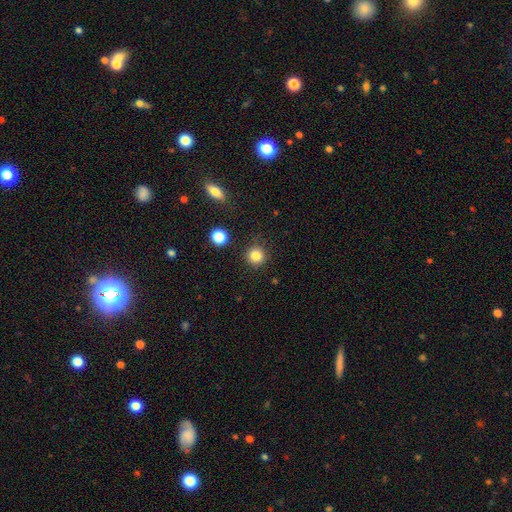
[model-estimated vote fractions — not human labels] Q: Smooth or featured?
A: smooth (84%); runner-up: star or artifact (12%)
Q: How rounded?
A: round (93%); runner-up: in between (6%)
Q: Merging?
A: none (87%); runner-up: minor disturbance (8%)